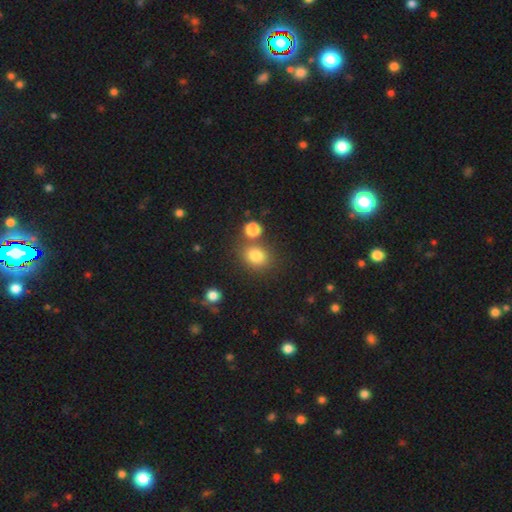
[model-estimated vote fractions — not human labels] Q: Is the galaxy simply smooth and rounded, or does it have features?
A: smooth — 81%.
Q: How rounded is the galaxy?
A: round — 64%.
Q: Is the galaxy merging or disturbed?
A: none — 67%.